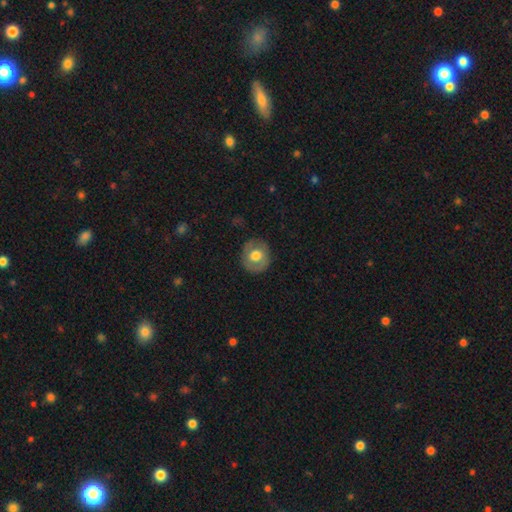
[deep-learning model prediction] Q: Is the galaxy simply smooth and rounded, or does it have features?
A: smooth — 60%.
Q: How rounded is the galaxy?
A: round — 84%.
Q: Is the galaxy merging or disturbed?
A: none — 83%.